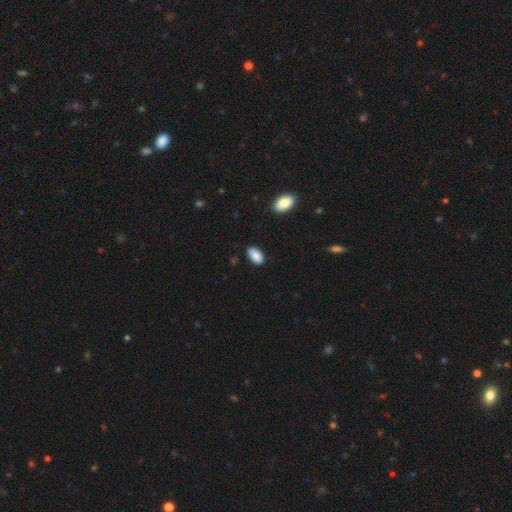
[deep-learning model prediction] Morphology: type=smooth (88%); roundness=in between (95%); merging=none (82%).